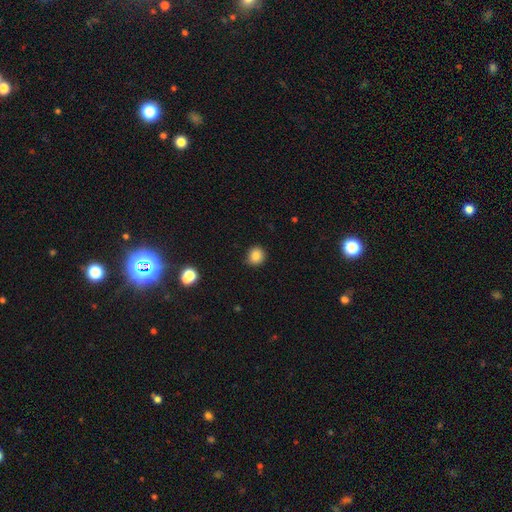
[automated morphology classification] Q: Smooth or featured?
A: smooth (84%); runner-up: star or artifact (11%)
Q: How rounded?
A: round (87%); runner-up: in between (12%)
Q: Merging?
A: none (84%); runner-up: minor disturbance (12%)